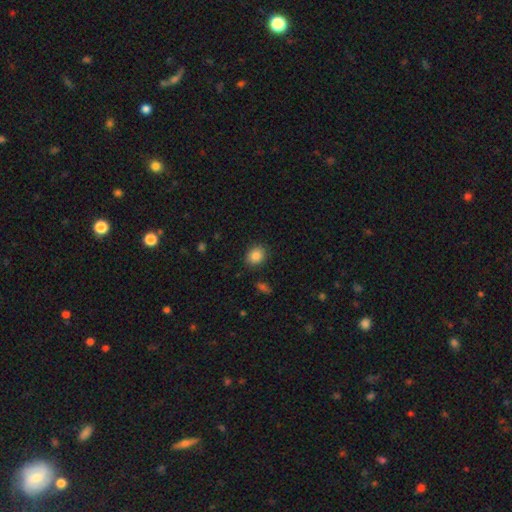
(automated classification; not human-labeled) Morphology: type=smooth (87%); roundness=round (61%); merging=none (87%).